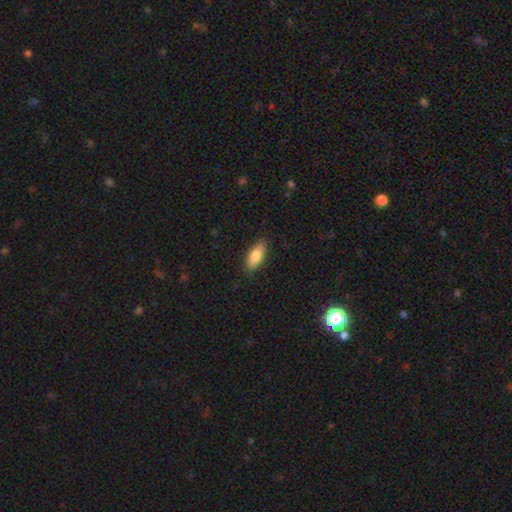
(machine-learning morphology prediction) Smooth or featured: smooth — 80% (featured or disk — 14%)
How rounded: in between — 77% (cigar-shaped — 20%)
Merging: none — 87% (minor disturbance — 10%)